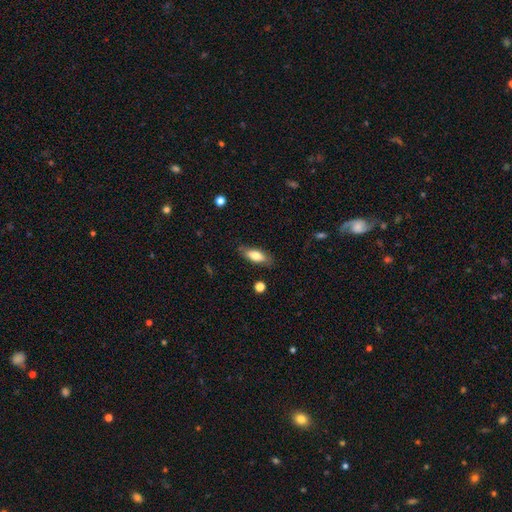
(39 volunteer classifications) Volunteers were most divided on "merging": none: 71%, minor disturbance: 26%, major disturbance: 3%, merger: 0%. More confident: how rounded — in between (83%); smooth or featured — smooth (74%).